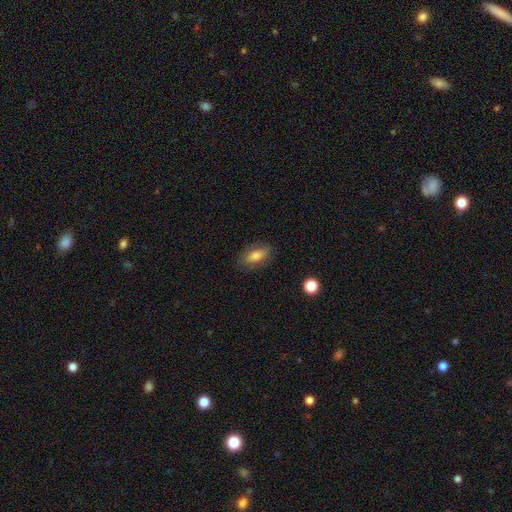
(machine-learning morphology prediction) Overall: smooth (76%). How rounded: in between (83%). Merging: none (83%).